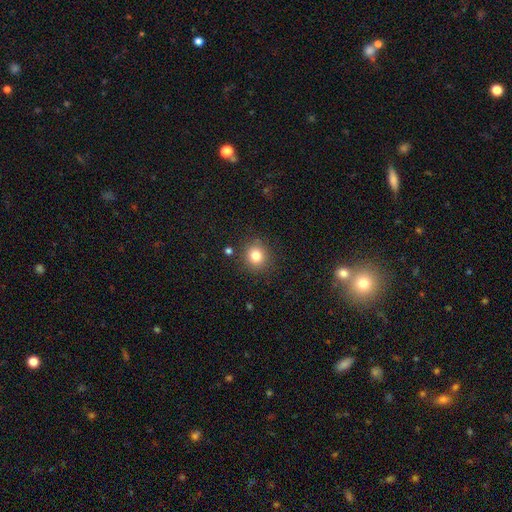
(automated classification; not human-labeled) Smooth or featured? Predicted: smooth (p=0.81). How rounded? Predicted: round (p=0.87). Merging? Predicted: none (p=0.87).